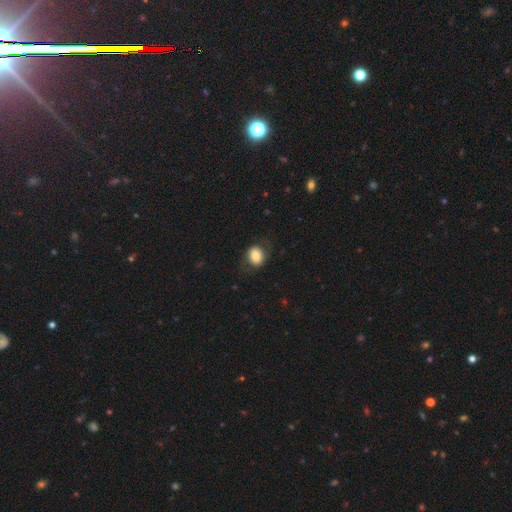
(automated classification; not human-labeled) smooth-or-featured: smooth: 77% | featured or disk: 15% | star or artifact: 8%
  how-rounded: round: 50% | in between: 49% | cigar-shaped: 1%
  merging: none: 75% | minor disturbance: 16% | major disturbance: 8% | merger: 1%